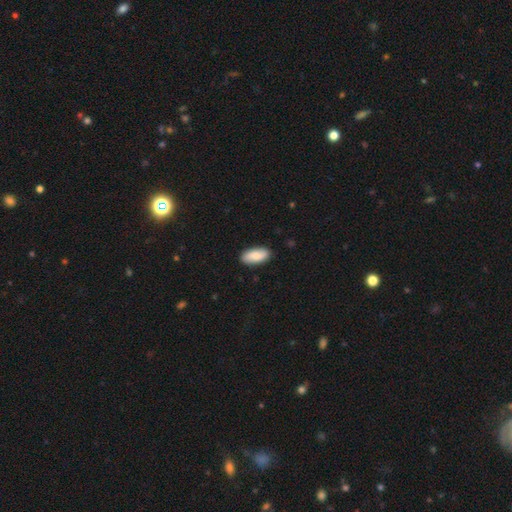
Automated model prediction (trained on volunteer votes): The model was most divided on "smooth or featured": smooth: 81%, featured or disk: 13%, star or artifact: 6%. More confident: how rounded — in between (89%); merging — none (88%).